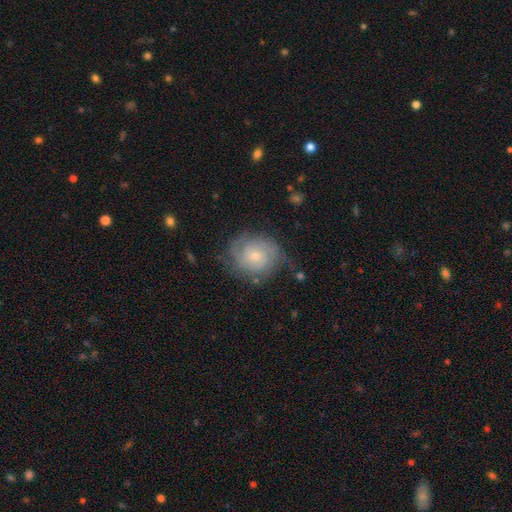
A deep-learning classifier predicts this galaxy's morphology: The model was most divided on "spiral arm count": can't tell: 34%, 2: 32%, 3: 17%, 4: 6%, 1: 5%, more than 4: 5%. More confident: edge-on disk — no (98%); spiral arms — yes (93%); smooth or featured — featured or disk (73%); merging — none (72%); bar — no (72%); spiral winding — tight (65%); bulge size — small (59%).